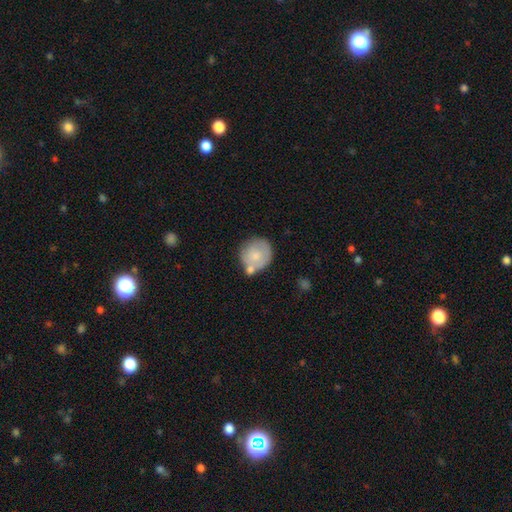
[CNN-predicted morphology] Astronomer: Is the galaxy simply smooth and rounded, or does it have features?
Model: smooth — 71%.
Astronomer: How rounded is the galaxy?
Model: round — 87%.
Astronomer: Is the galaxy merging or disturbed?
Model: none — 53%.